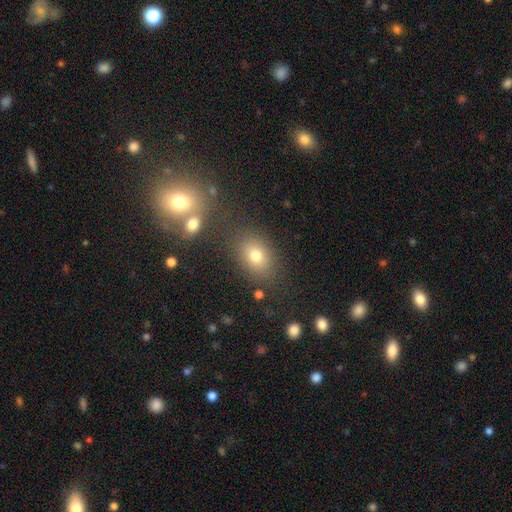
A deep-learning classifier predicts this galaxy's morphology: Smooth or featured: smooth — 75% (star or artifact — 14%)
How rounded: in between — 69% (round — 29%)
Merging: none — 77% (minor disturbance — 12%)